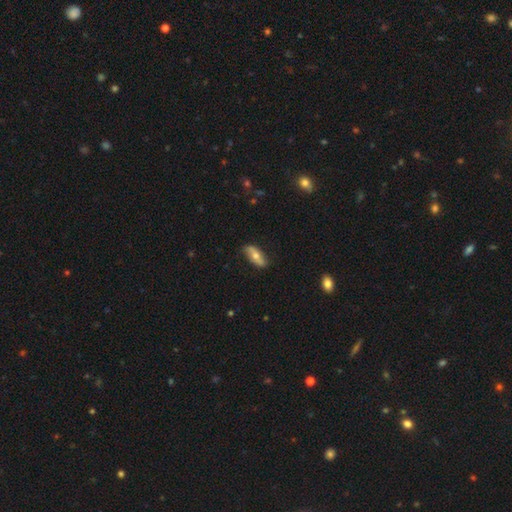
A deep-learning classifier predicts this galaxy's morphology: Overall: smooth (49%; featured or disk 45%). Merging: none (80%).